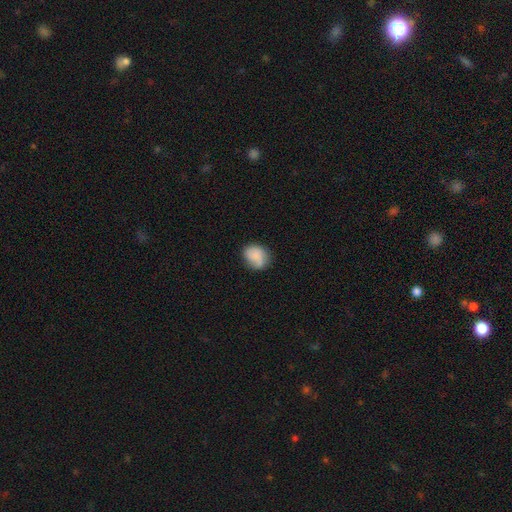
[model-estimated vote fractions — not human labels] Smooth or featured? Predicted: smooth (p=0.78). How rounded? Predicted: round (p=0.53). Merging? Predicted: none (p=0.61).